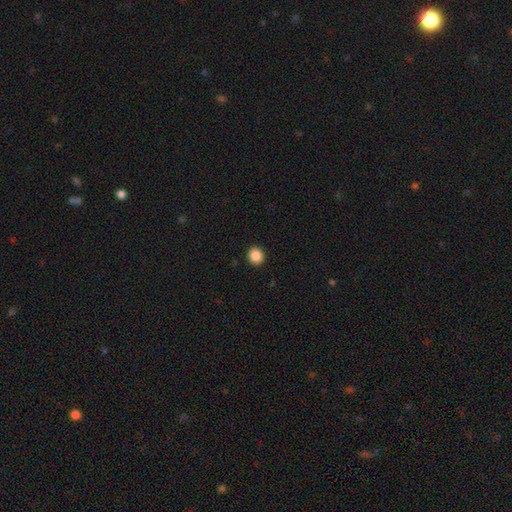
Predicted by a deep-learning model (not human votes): smooth-or-featured: smooth: 87% | star or artifact: 10% | featured or disk: 3%
  how-rounded: round: 82% | in between: 17% | cigar-shaped: 1%
  merging: none: 93% | minor disturbance: 5% | major disturbance: 2% | merger: 1%